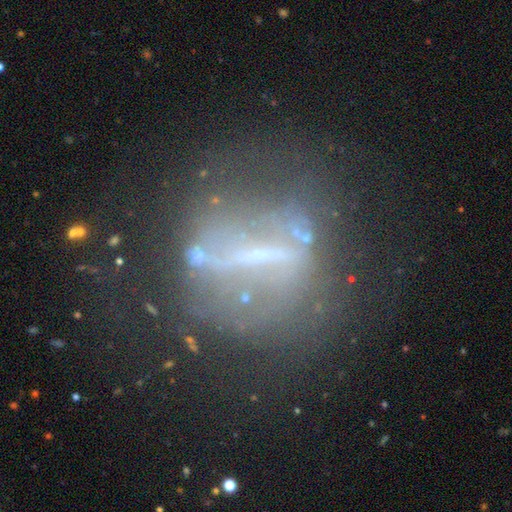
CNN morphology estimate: smooth_or_featured: featured or disk (p=0.67) [alt: smooth p=0.17]
disk_edge_on: no (p=0.69) [alt: yes p=0.31]
merging: none (p=0.60) [alt: major disturbance p=0.19]